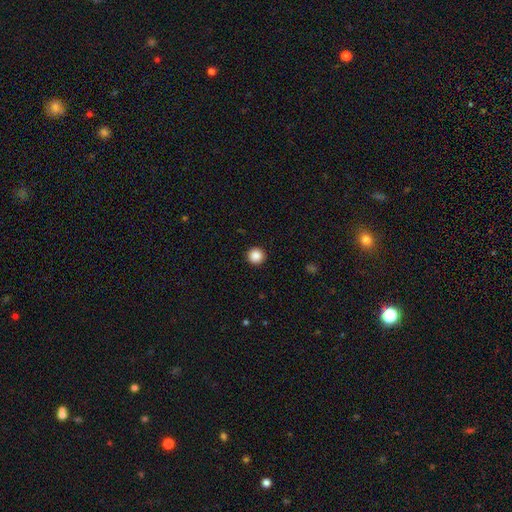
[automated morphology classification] Q: Smooth or featured?
A: smooth (88%); runner-up: star or artifact (10%)
Q: How rounded?
A: round (96%); runner-up: in between (3%)
Q: Merging?
A: none (93%); runner-up: minor disturbance (4%)